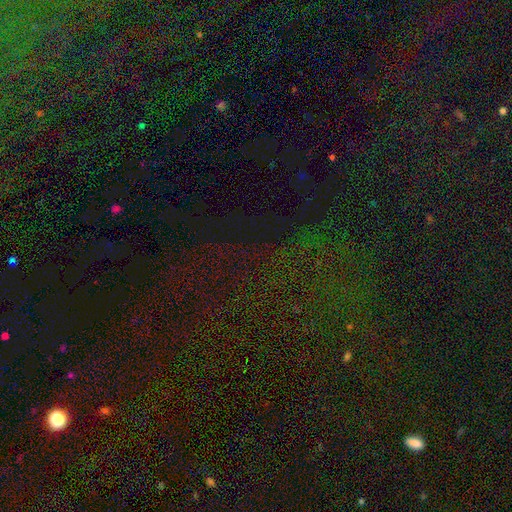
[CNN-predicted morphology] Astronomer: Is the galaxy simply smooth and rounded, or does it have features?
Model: star or artifact — 79%.